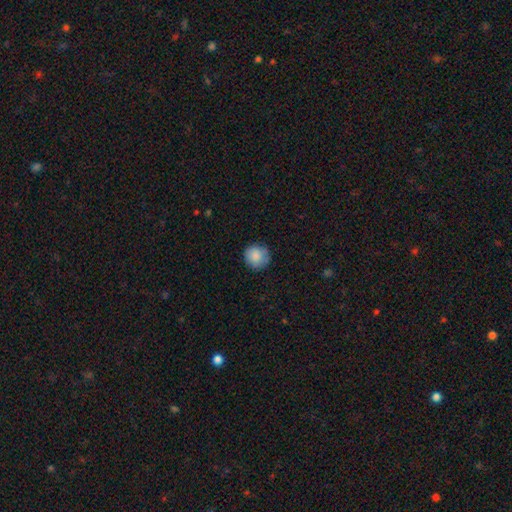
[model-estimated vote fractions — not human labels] Smooth or featured? smooth (85%)
How rounded? round (92%)
Merging? none (81%)